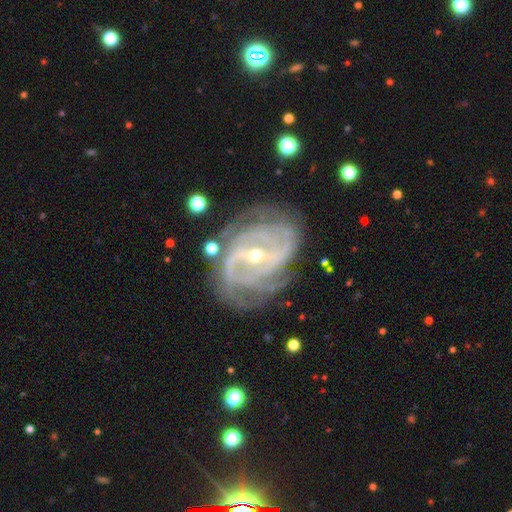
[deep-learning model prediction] Morphology: type=featured or disk (91%); edge-on=no (97%); bar=strong (44%); spiral arms=yes (97%); winding=tight (52%); arm count=2 (30%); bulge=small (68%); merging=none (69%).